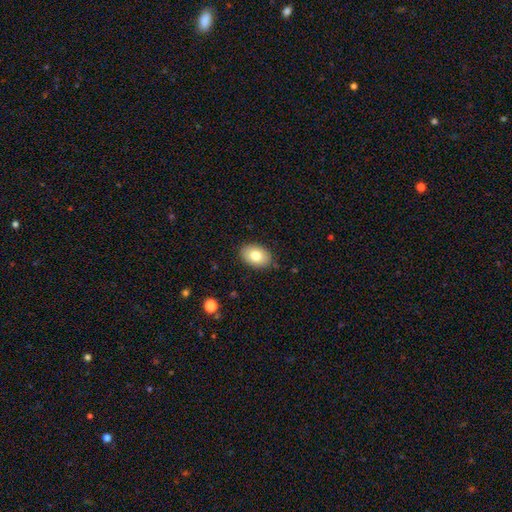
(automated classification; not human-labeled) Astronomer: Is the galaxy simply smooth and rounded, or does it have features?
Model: smooth — 79%.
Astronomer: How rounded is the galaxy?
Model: in between — 86%.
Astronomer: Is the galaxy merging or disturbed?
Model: none — 86%.